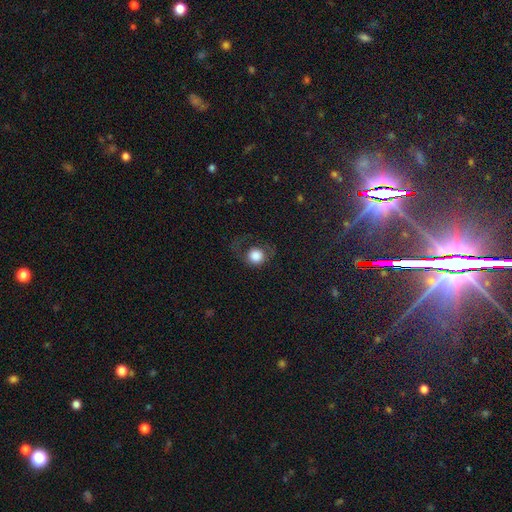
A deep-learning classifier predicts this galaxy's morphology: smooth_or_featured: smooth (p=0.78) [alt: featured or disk p=0.12]
how_rounded: round (p=0.84) [alt: in between p=0.15]
merging: none (p=0.50) [alt: major disturbance p=0.29]